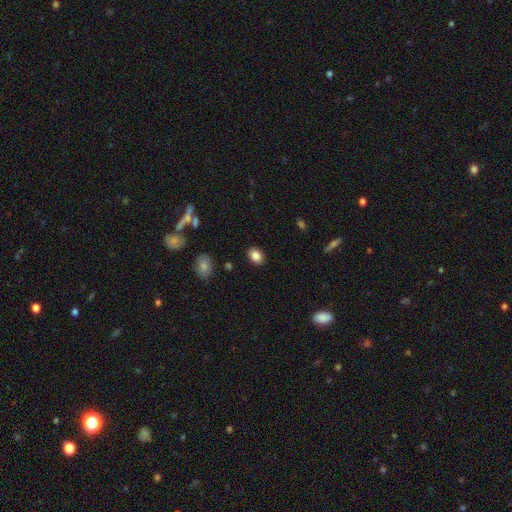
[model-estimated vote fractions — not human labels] A smooth galaxy with no disk features (85%) that is in between round and cigar-shaped (65%). Merging: none (89%).